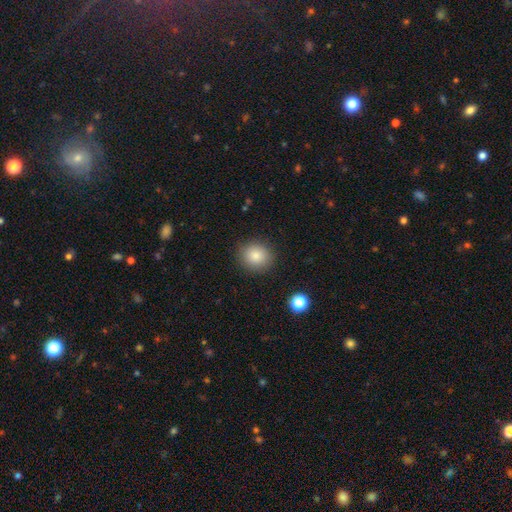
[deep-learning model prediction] The model was most divided on "how rounded": round: 84%, in between: 15%, cigar-shaped: 1%. More confident: merging — none (89%); smooth or featured — smooth (83%).